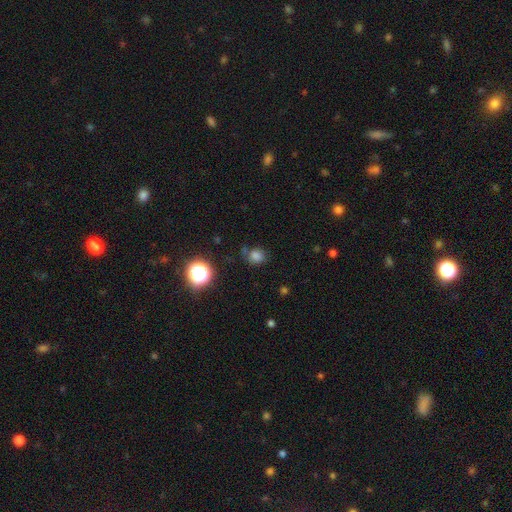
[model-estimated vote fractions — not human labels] smooth 73%, star or artifact 21%, featured or disk 7%. Down the decision tree: how rounded — round (71%); merging — none (69%).